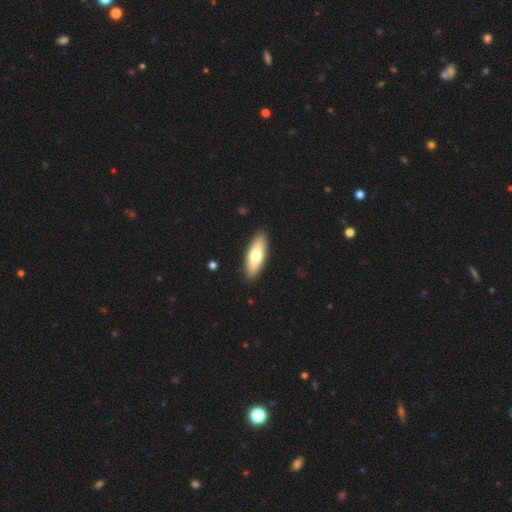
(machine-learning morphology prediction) smooth_or_featured: smooth (p=0.67) [alt: featured or disk p=0.28]
how_rounded: in between (p=0.62) [alt: cigar-shaped p=0.35]
merging: none (p=0.90) [alt: minor disturbance p=0.07]